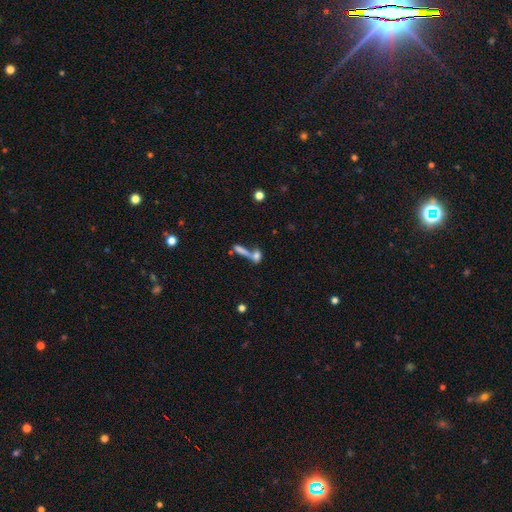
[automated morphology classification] Q: Smooth or featured?
A: smooth (49%); runner-up: featured or disk (26%)
Q: Merging?
A: none (45%); runner-up: merger (38%)